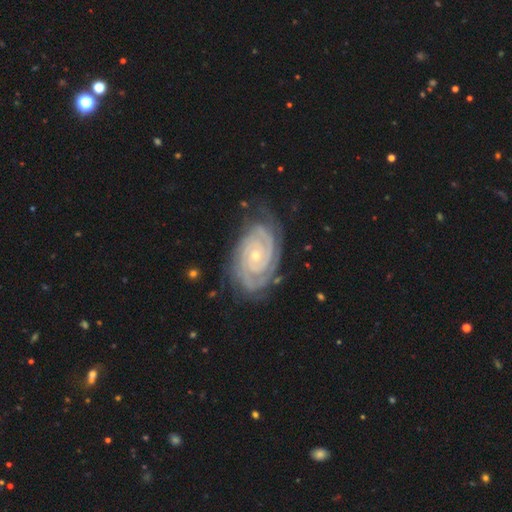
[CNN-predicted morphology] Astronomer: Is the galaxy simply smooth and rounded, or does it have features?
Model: featured or disk — 92%.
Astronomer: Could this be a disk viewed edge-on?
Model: no — 97%.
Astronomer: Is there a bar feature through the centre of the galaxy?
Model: no — 76%.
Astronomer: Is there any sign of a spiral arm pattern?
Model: yes — 98%.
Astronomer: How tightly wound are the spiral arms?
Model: tight — 85%.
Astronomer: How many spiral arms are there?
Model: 2 — 54%.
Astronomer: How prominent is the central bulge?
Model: small — 71%.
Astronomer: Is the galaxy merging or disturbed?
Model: none — 76%.